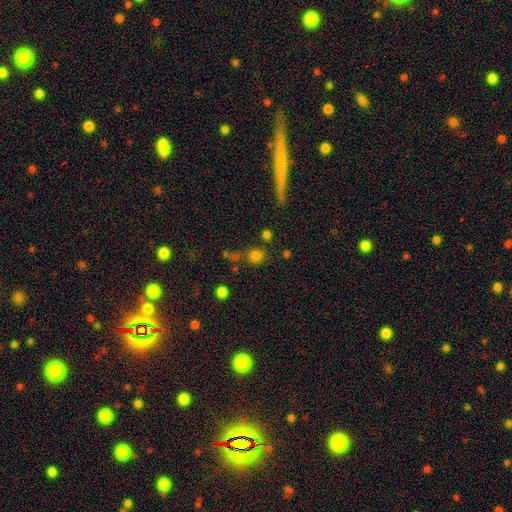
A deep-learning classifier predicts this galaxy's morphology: Q: Smooth or featured?
A: smooth (74%); runner-up: star or artifact (18%)
Q: How rounded?
A: round (86%); runner-up: in between (13%)
Q: Merging?
A: none (65%); runner-up: merger (17%)